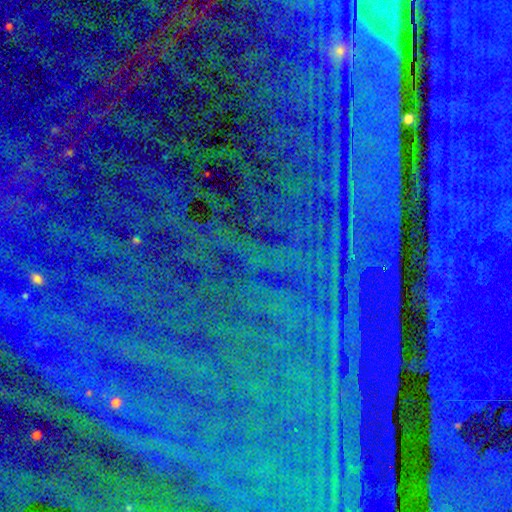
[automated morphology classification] Smooth or featured? Predicted: star or artifact (p=0.88).